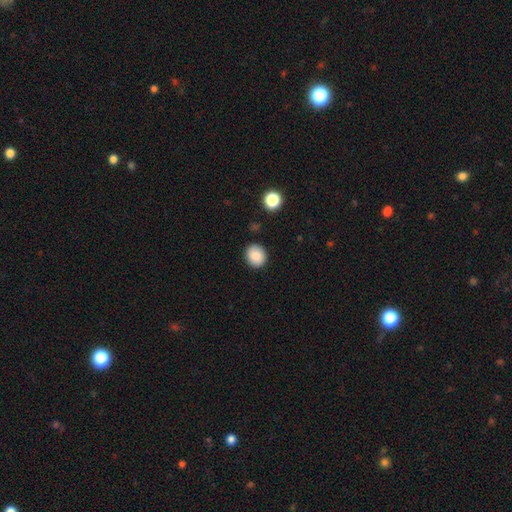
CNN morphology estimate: The model was most divided on "how rounded": round: 75%, in between: 24%, cigar-shaped: 1%. More confident: merging — none (89%); smooth or featured — smooth (88%).